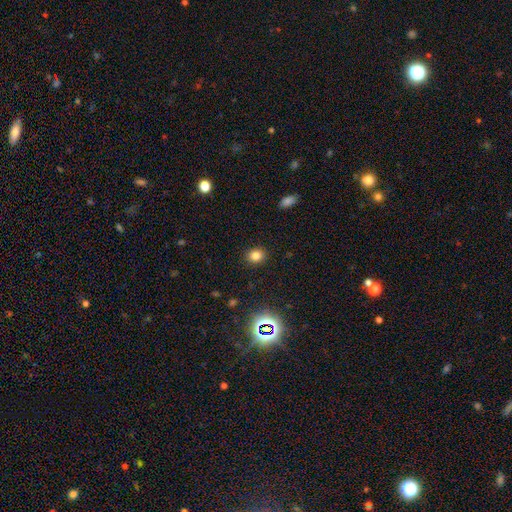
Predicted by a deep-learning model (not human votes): Smooth or featured? smooth (80%)
How rounded? round (70%)
Merging? none (90%)